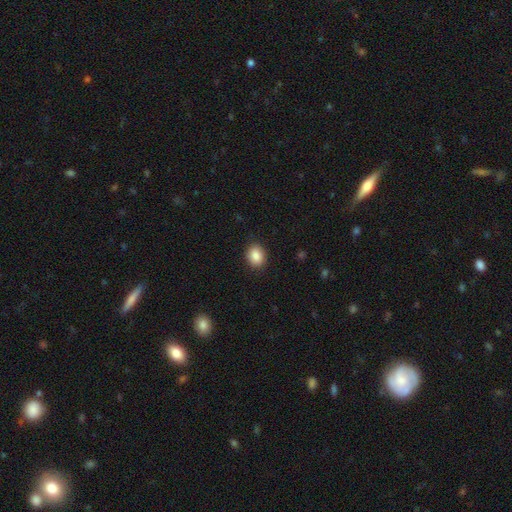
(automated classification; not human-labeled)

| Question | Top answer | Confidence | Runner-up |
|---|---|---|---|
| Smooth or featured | smooth | 87% | star or artifact (8%) |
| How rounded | in between | 50% | round (49%) |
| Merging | none | 89% | minor disturbance (8%) |